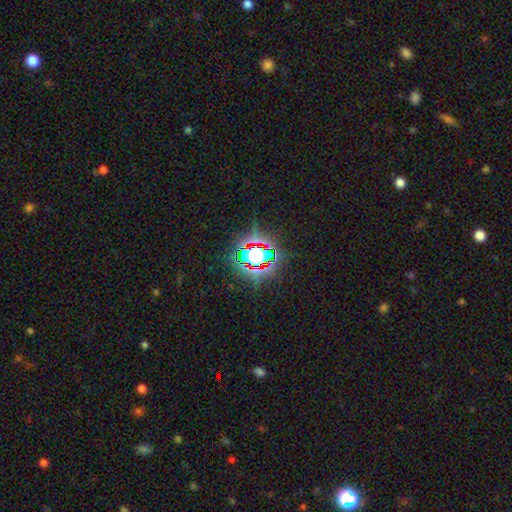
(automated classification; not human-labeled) Smooth or featured?
  - star or artifact: 71% *
  - smooth: 17%
  - featured or disk: 12%